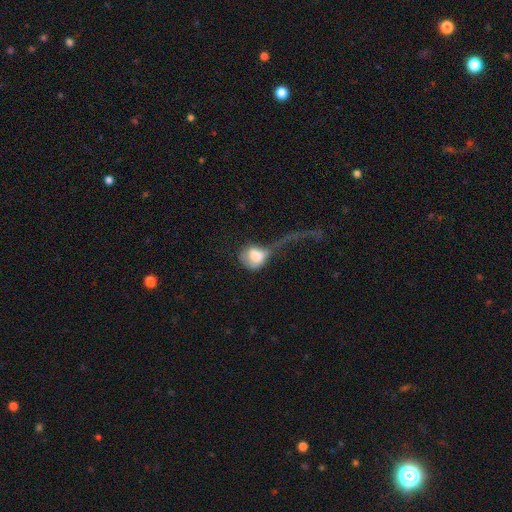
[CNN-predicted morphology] Smooth or featured?
  - smooth: 66% *
  - featured or disk: 25%
  - star or artifact: 9%
How rounded?
  - round: 55% *
  - in between: 43%
  - cigar-shaped: 2%
Merging?
  - major disturbance: 67% *
  - none: 12%
  - minor disturbance: 12%
  - merger: 9%